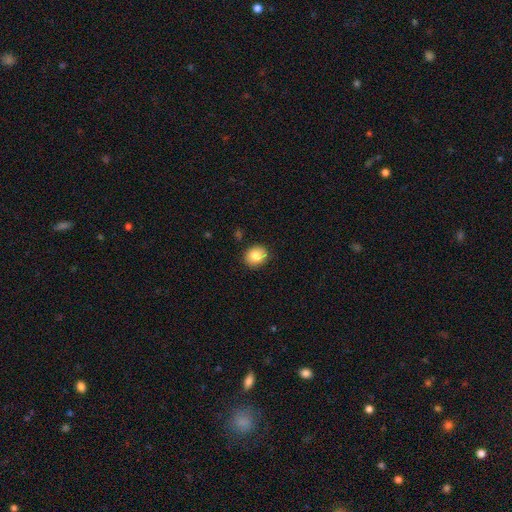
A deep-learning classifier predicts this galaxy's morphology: Smooth or featured: smooth — 82% (featured or disk — 9%)
How rounded: round — 64% (in between — 35%)
Merging: none — 87% (minor disturbance — 10%)